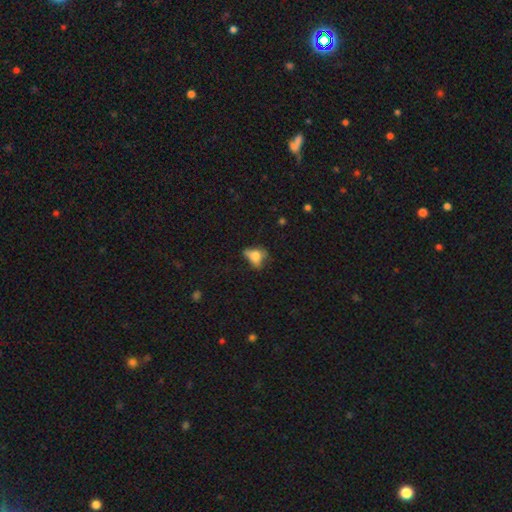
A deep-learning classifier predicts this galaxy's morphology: smooth 59%, featured or disk 28%, star or artifact 13%. Down the decision tree: how rounded — in between (70%); merging — none (37%).